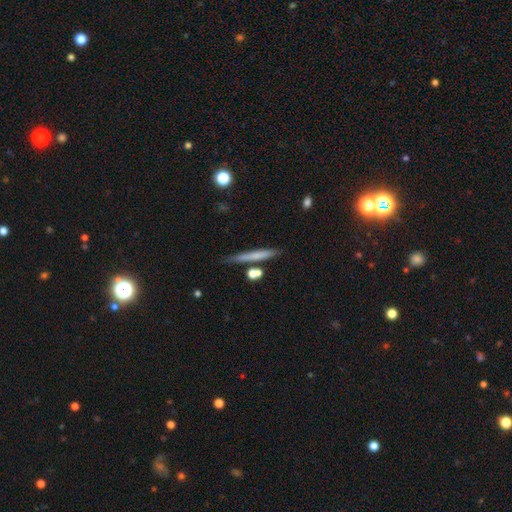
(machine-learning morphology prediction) Q: Smooth or featured?
A: smooth (61%); runner-up: featured or disk (32%)
Q: How rounded?
A: cigar-shaped (94%); runner-up: in between (4%)
Q: Merging?
A: none (77%); runner-up: minor disturbance (12%)